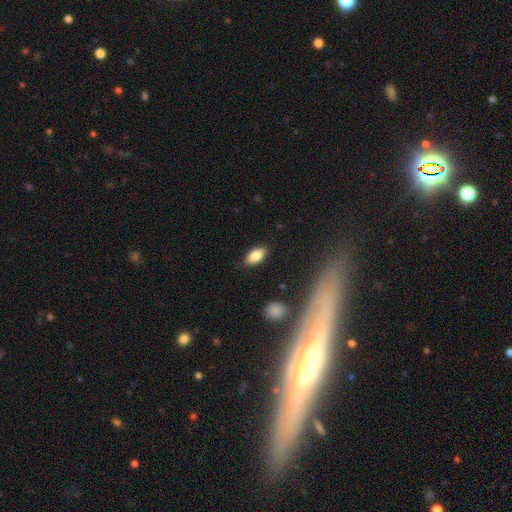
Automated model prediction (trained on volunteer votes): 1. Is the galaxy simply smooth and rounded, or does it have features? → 81% smooth, 12% featured or disk, 8% star or artifact.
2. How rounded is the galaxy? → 90% in between, 6% cigar-shaped, 4% round.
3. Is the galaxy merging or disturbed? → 85% none, 11% minor disturbance, 2% major disturbance, 1% merger.